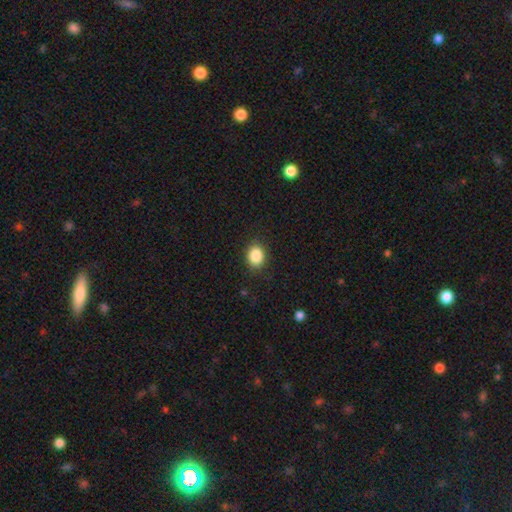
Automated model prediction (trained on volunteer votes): smooth 87%, star or artifact 9%, featured or disk 4%. Down the decision tree: how rounded — in between (51%); merging — none (87%).